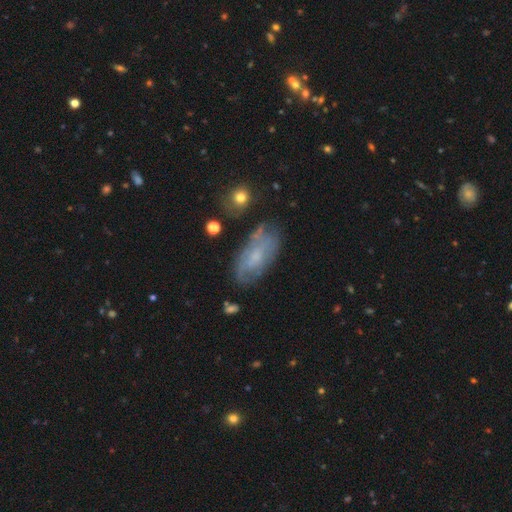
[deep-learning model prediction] Smooth or featured? featured or disk (52%)
Edge-on disk? no (89%)
Merging? none (67%)